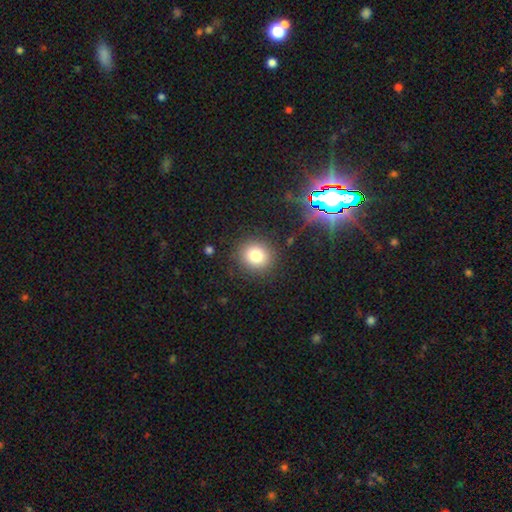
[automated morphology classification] smooth_or_featured: smooth (p=0.79) [alt: star or artifact p=0.13]
how_rounded: round (p=0.83) [alt: in between p=0.17]
merging: none (p=0.87) [alt: minor disturbance p=0.08]